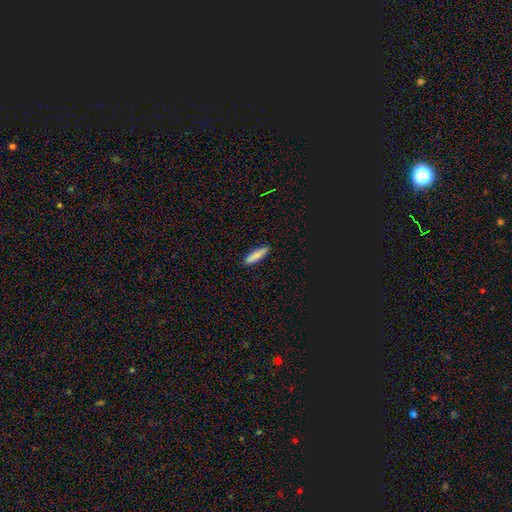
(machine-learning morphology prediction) Smooth or featured?
  - smooth: 86% *
  - featured or disk: 8%
  - star or artifact: 6%
How rounded?
  - cigar-shaped: 73% *
  - in between: 25%
  - round: 2%
Merging?
  - none: 89% *
  - minor disturbance: 8%
  - major disturbance: 2%
  - merger: 1%